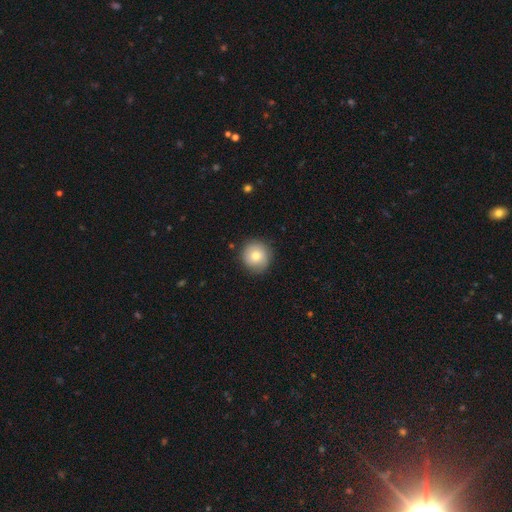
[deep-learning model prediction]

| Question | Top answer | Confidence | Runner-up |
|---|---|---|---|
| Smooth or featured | smooth | 79% | featured or disk (12%) |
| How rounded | round | 94% | in between (5%) |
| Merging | none | 88% | minor disturbance (8%) |